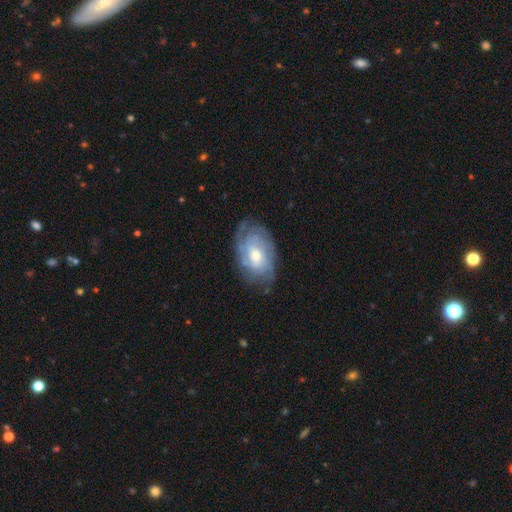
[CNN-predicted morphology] smooth_or_featured: featured or disk (p=0.68) [alt: smooth p=0.26]
disk_edge_on: no (p=0.95) [alt: yes p=0.05]
bar: no (p=0.64) [alt: weak p=0.32]
has_spiral_arms: yes (p=0.84) [alt: no p=0.16]
spiral_winding: tight (p=0.59) [alt: medium p=0.31]
spiral_arm_count: can't tell (p=0.56) [alt: 2 p=0.16]
bulge_size: moderate (p=0.63) [alt: small p=0.18]
merging: none (p=0.69) [alt: minor disturbance p=0.22]